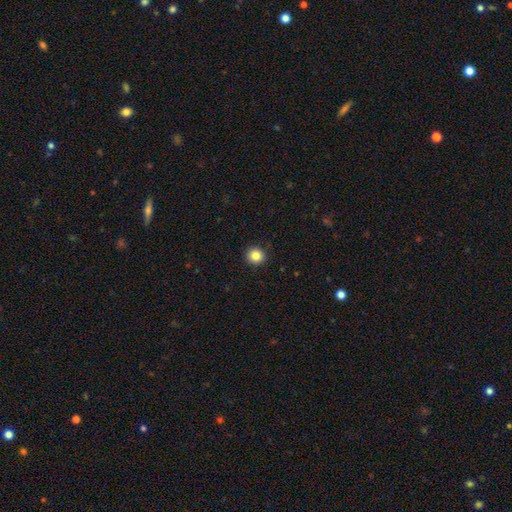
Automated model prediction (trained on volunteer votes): Morphology: type=smooth (84%); roundness=round (93%); merging=none (93%).